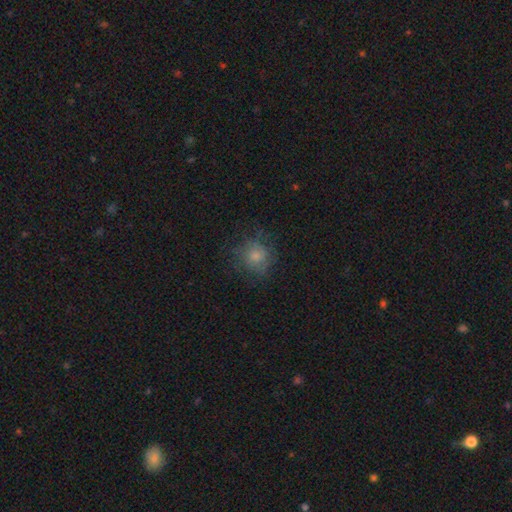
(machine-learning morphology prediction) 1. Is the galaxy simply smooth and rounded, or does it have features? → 64% smooth, 19% featured or disk, 17% star or artifact.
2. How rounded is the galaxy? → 86% round, 13% in between, 1% cigar-shaped.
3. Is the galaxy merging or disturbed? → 74% none, 16% minor disturbance, 9% major disturbance, 1% merger.